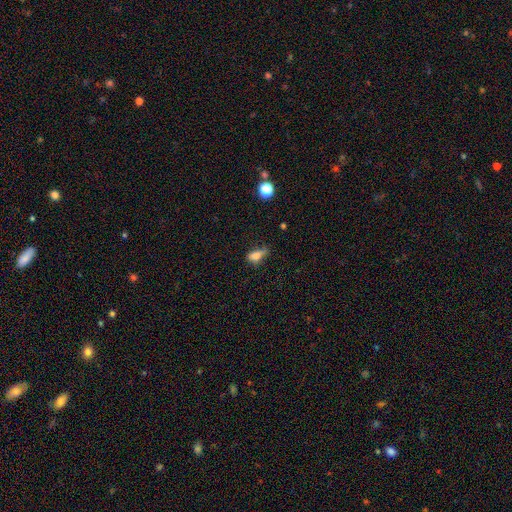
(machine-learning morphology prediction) Overall: smooth (75%). How rounded: in between (80%). Merging: minor disturbance (39%; none 37%).